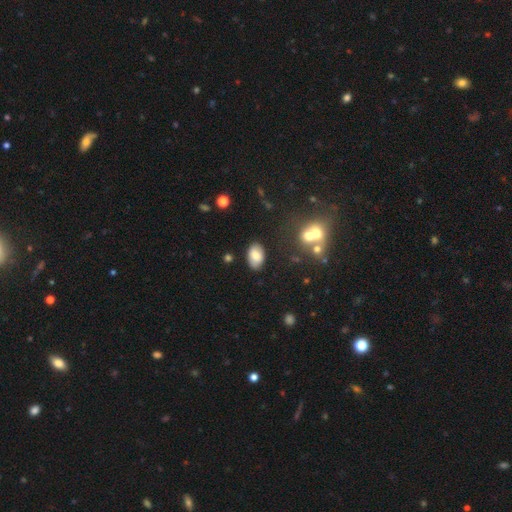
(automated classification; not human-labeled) This is likely a smooth galaxy (78%). How rounded: clearly in between (92%). Merging: clearly none (84%).